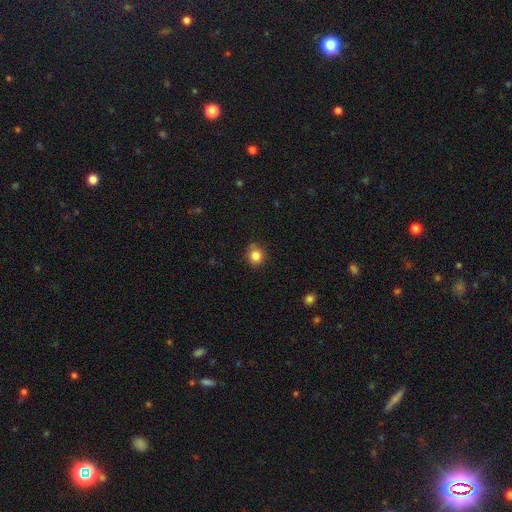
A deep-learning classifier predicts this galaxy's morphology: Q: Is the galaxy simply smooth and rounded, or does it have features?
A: smooth — 84%.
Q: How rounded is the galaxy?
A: round — 89%.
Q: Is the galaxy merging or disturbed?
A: none — 83%.